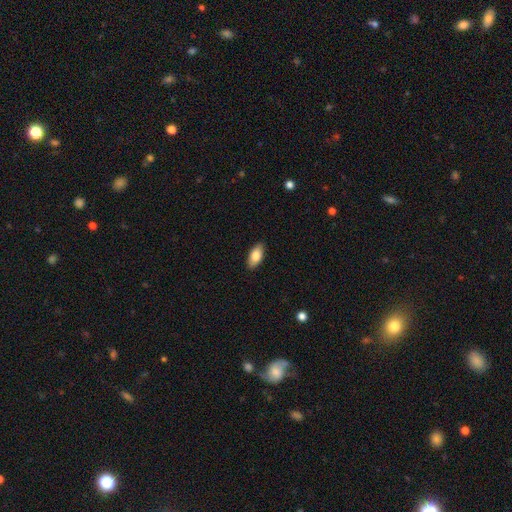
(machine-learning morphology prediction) A smooth galaxy with no disk features (81%) that is in between round and cigar-shaped (90%). Merging: none (89%).